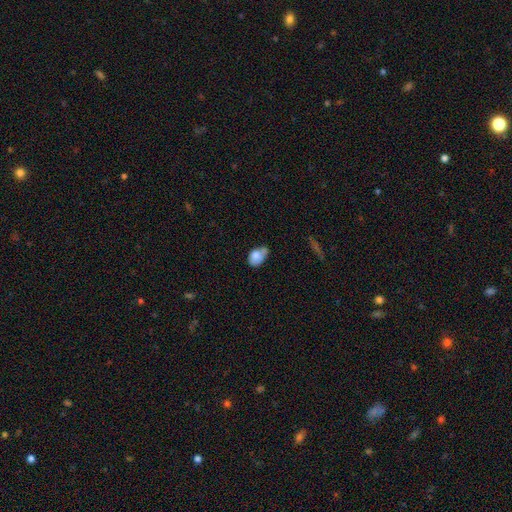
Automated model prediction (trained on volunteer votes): smooth 74%, featured or disk 18%, star or artifact 8%. Down the decision tree: how rounded — in between (80%); merging — minor disturbance (44%).